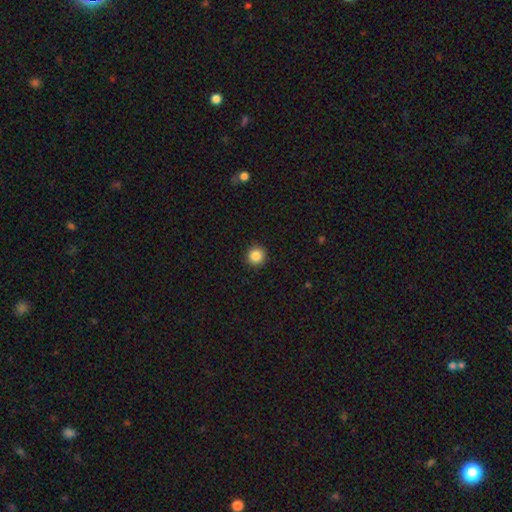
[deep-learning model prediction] Smooth or featured: smooth — 87% (star or artifact — 10%)
How rounded: round — 95% (in between — 5%)
Merging: none — 93% (minor disturbance — 5%)